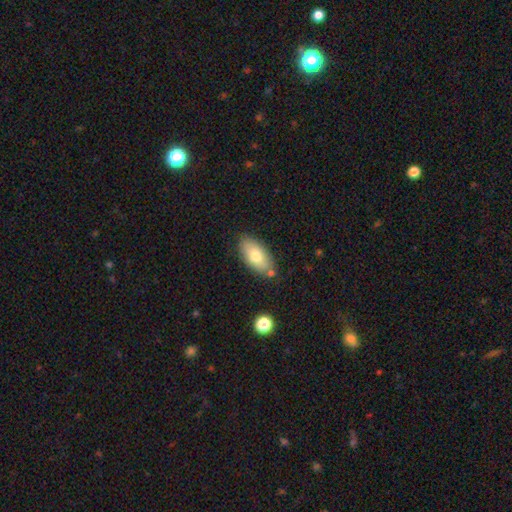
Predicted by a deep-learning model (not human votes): Smooth or featured: smooth — 74% (featured or disk — 19%)
How rounded: in between — 92% (cigar-shaped — 5%)
Merging: none — 77% (minor disturbance — 14%)